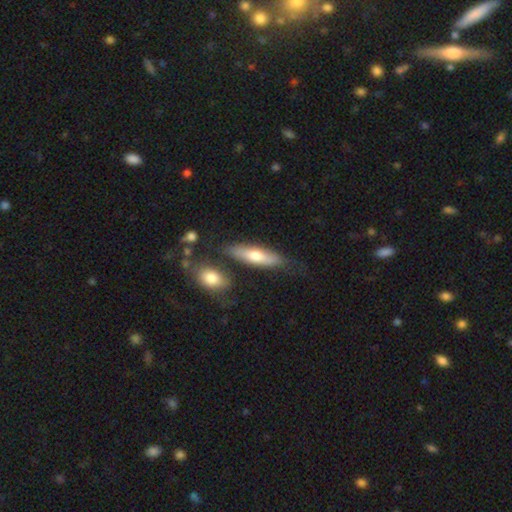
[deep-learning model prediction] Overall: smooth (62%; featured or disk 32%). How rounded: cigar-shaped (59%; in between 39%). Merging: none (72%).